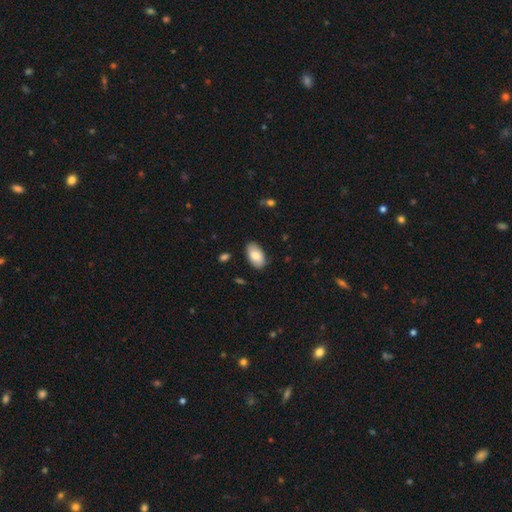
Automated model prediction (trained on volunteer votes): A smooth galaxy with no disk features (82%) that is in between round and cigar-shaped (95%).

Vote fractions:
- Smooth or featured? smooth: 82% / featured or disk: 12% / star or artifact: 6%
- How rounded? in between: 95% / round: 4% / cigar-shaped: 2%
- Merging? none: 84% / minor disturbance: 12% / major disturbance: 2% / merger: 1%